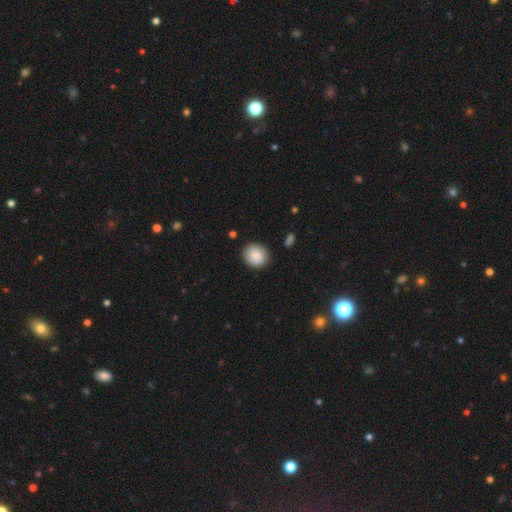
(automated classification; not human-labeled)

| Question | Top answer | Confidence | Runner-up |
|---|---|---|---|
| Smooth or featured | smooth | 83% | featured or disk (10%) |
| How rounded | round | 79% | in between (20%) |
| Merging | none | 86% | minor disturbance (10%) |